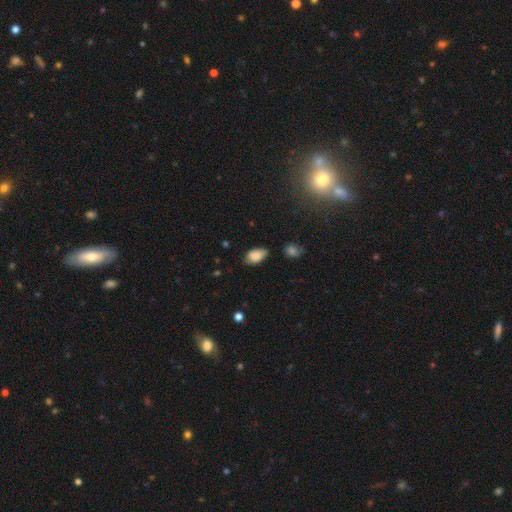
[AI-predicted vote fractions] smooth 85%, star or artifact 8%, featured or disk 7%. Down the decision tree: how rounded — in between (92%); merging — none (69%).